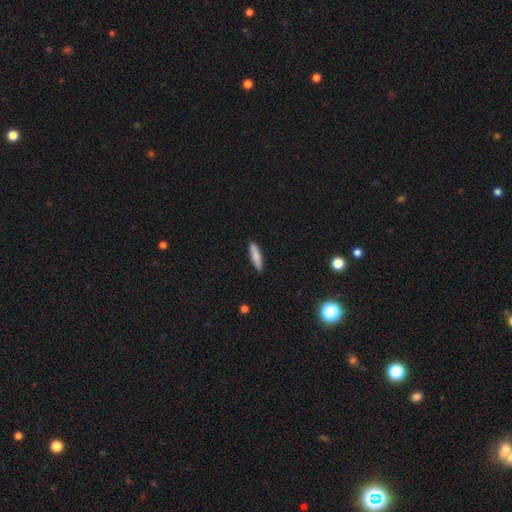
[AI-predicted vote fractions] Morphology: type=smooth (84%); roundness=cigar-shaped (81%); merging=none (89%).